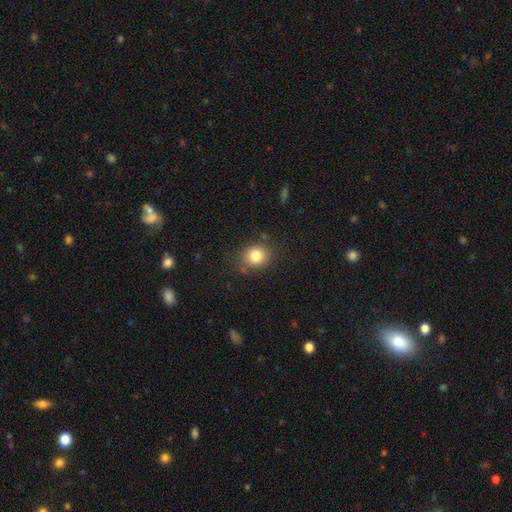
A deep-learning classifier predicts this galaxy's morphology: This is clearly a smooth galaxy (81%). How rounded: likely round (73%). Merging: clearly none (80%).